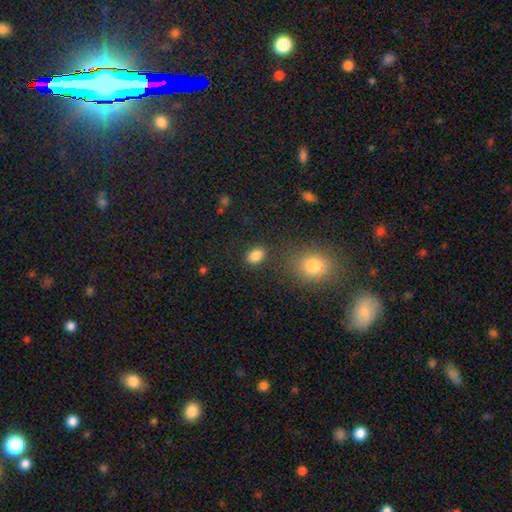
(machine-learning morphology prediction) smooth 85%, star or artifact 10%, featured or disk 5%. Down the decision tree: how rounded — in between (75%); merging — none (82%).